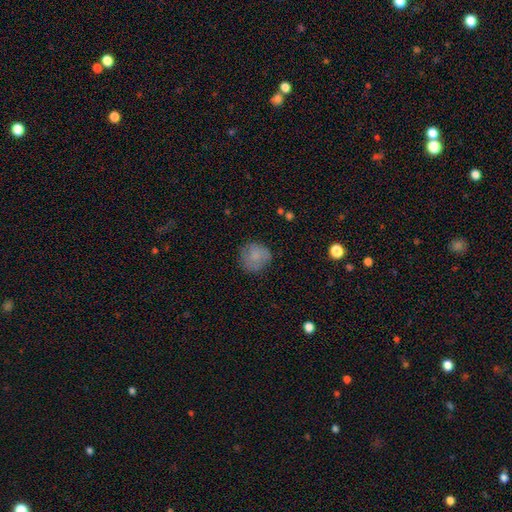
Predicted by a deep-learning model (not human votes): Q: Smooth or featured?
A: smooth (77%); runner-up: featured or disk (15%)
Q: How rounded?
A: round (87%); runner-up: in between (12%)
Q: Merging?
A: none (73%); runner-up: minor disturbance (20%)